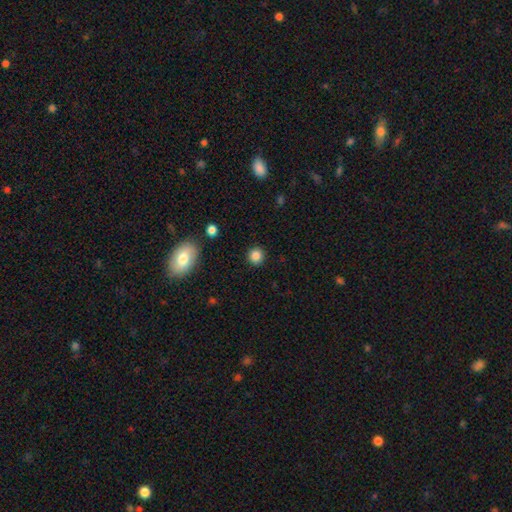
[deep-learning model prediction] A smooth galaxy with no disk features (85%) that is round (91%). Merging: none (91%).